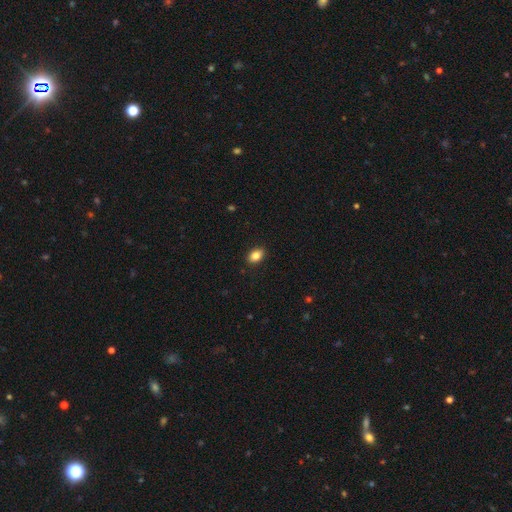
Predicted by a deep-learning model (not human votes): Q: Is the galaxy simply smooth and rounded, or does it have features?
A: smooth — 85%.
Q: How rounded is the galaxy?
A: in between — 83%.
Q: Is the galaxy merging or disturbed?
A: none — 90%.